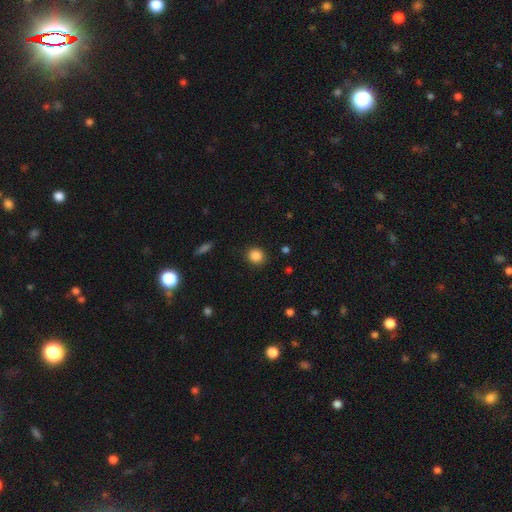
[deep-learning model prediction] A smooth galaxy with no disk features (86%) that is round (82%).

Vote fractions:
- Smooth or featured? smooth: 86% / star or artifact: 10% / featured or disk: 4%
- How rounded? round: 82% / in between: 17% / cigar-shaped: 1%
- Merging? none: 89% / minor disturbance: 8% / major disturbance: 3% / merger: 1%